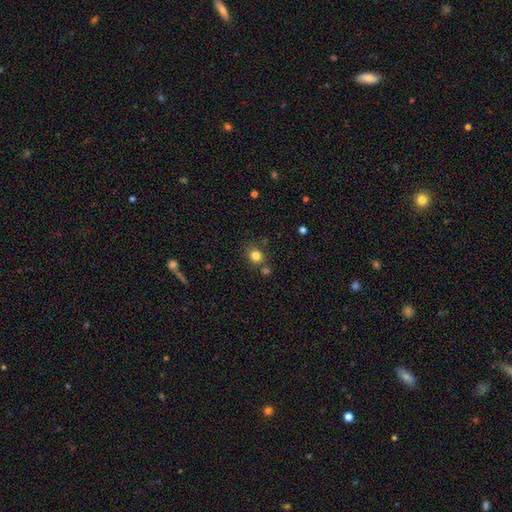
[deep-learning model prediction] Overall: smooth (81%). How rounded: round (66%; in between 33%). Merging: none (71%).